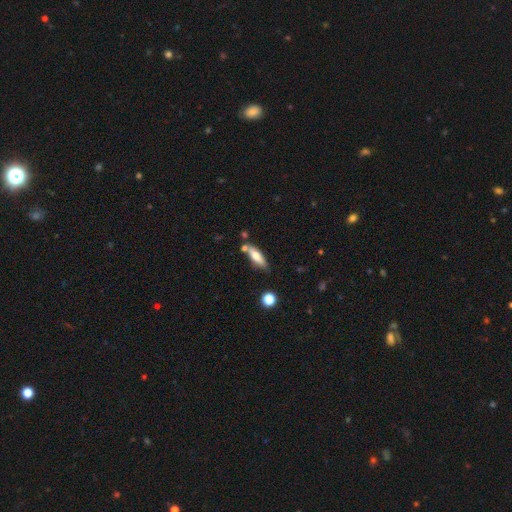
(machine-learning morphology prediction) A smooth galaxy with no disk features (65%) that is cigar-shaped (53%). Merging: none (67%).